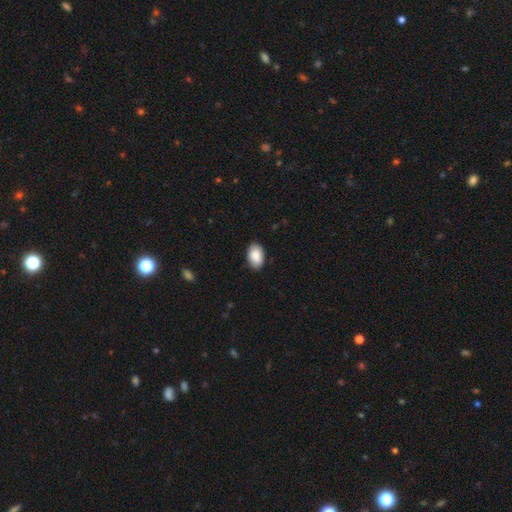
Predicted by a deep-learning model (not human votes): Smooth or featured? smooth (88%)
How rounded? in between (92%)
Merging? none (86%)